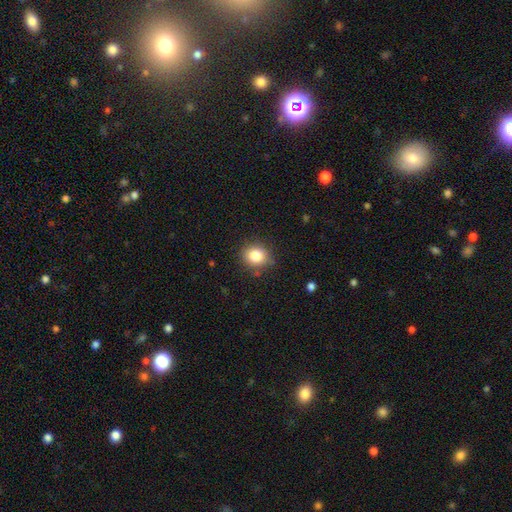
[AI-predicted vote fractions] This is clearly a smooth galaxy (82%). How rounded: likely round (77%). Merging: clearly none (84%).